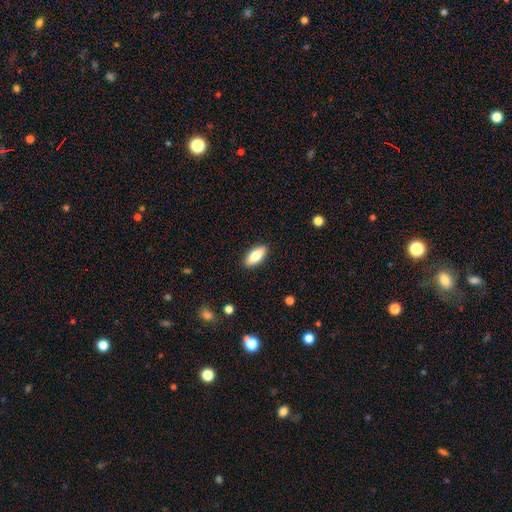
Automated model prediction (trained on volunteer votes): Overall: smooth (76%). How rounded: in between (82%). Merging: none (89%).